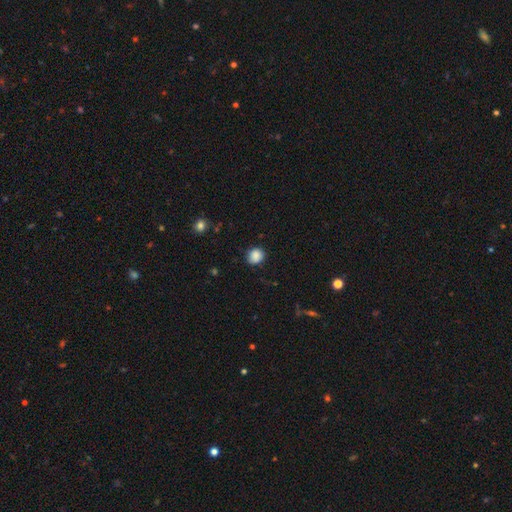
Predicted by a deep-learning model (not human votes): This appears to be a smooth galaxy with no disk features (87%) that is round (75%). Merging: none (82%).